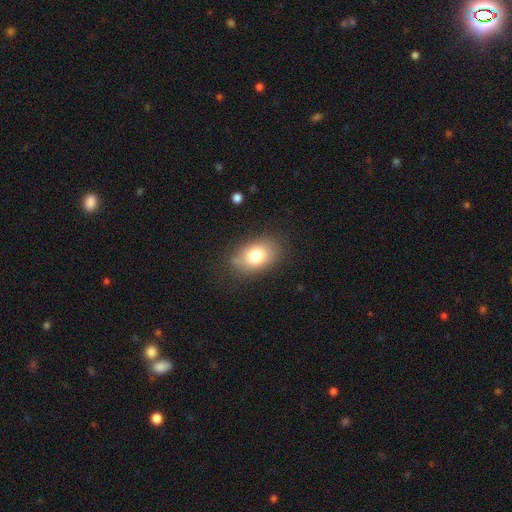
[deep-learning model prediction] A smooth galaxy with no disk features (76%) that is in between round and cigar-shaped (83%). Merging: none (80%).